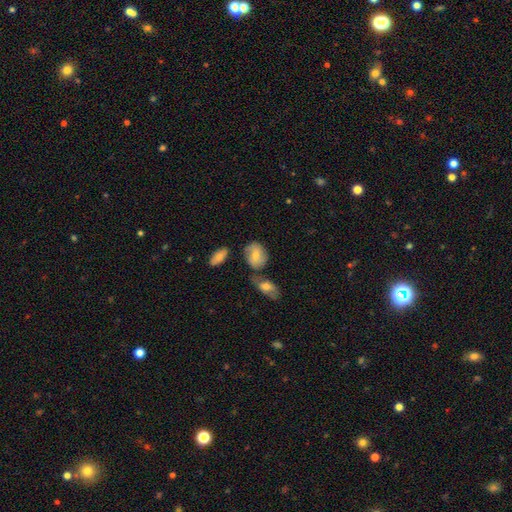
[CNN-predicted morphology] type=smooth (65%); roundness=in between (63%); merging=none (52%).